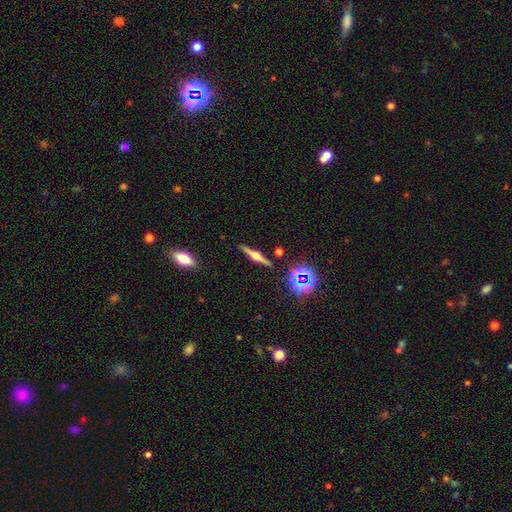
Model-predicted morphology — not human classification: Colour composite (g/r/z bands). It shows a featured or disk galaxy (74%) viewed edge-on (98%) with a rounded central bulge (94%). Merging: none (90%).